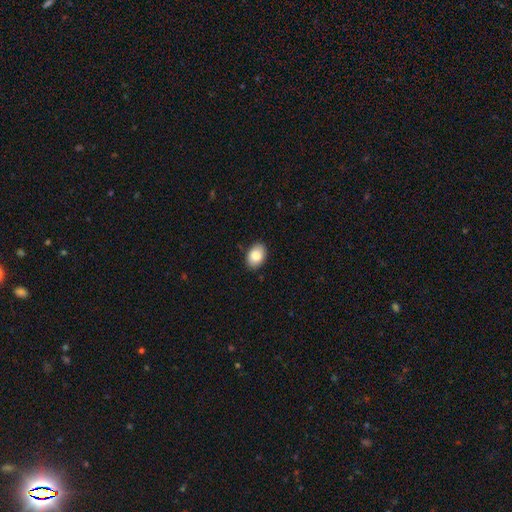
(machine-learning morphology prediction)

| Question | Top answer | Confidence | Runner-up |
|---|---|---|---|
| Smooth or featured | smooth | 84% | featured or disk (9%) |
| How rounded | in between | 83% | round (16%) |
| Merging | none | 88% | minor disturbance (9%) |